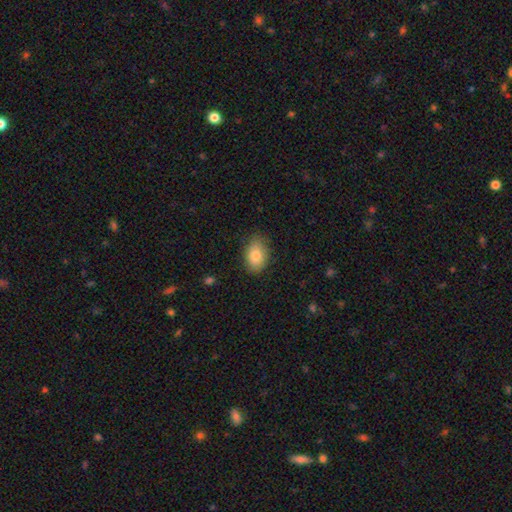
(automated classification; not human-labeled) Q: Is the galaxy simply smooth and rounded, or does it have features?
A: smooth — 82%.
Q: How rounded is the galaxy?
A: in between — 84%.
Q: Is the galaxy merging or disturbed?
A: none — 81%.